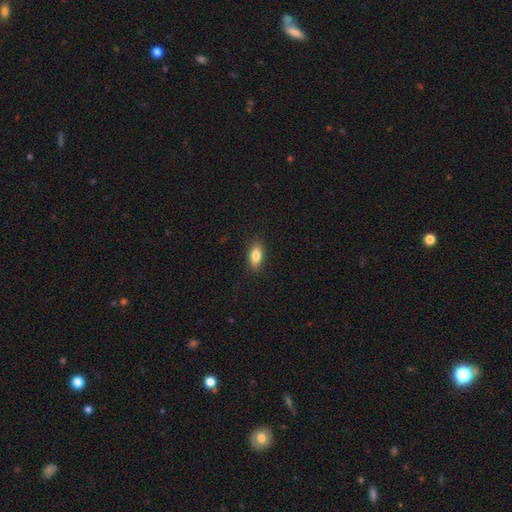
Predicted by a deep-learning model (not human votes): Q: Smooth or featured?
A: smooth (82%); runner-up: featured or disk (11%)
Q: How rounded?
A: in between (83%); runner-up: cigar-shaped (12%)
Q: Merging?
A: none (87%); runner-up: minor disturbance (10%)